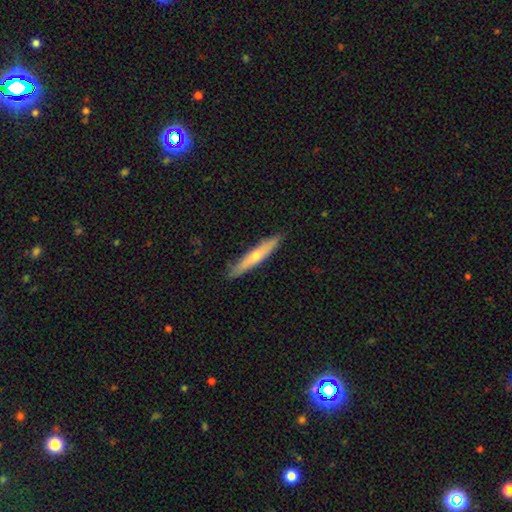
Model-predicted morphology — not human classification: smooth_or_featured: featured or disk (p=0.53) [alt: smooth p=0.39]
disk_edge_on: yes (p=0.92) [alt: no p=0.08]
merging: none (p=0.90) [alt: minor disturbance p=0.07]